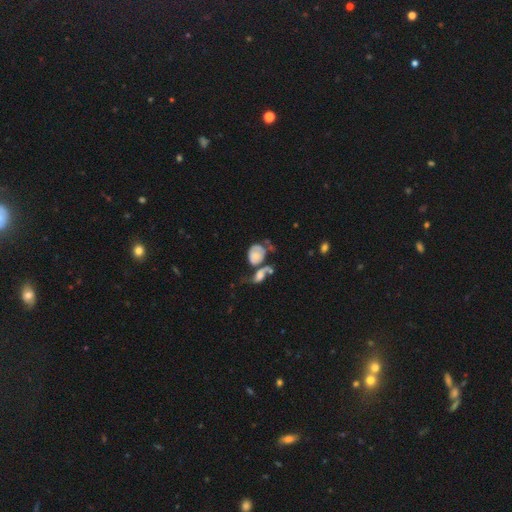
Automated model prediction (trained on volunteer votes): A smooth galaxy with no disk features (49%).

Vote fractions:
- Smooth or featured? smooth: 49% / featured or disk: 43% / star or artifact: 8%
- Merging? merger: 49% / major disturbance: 20% / none: 18% / minor disturbance: 12%